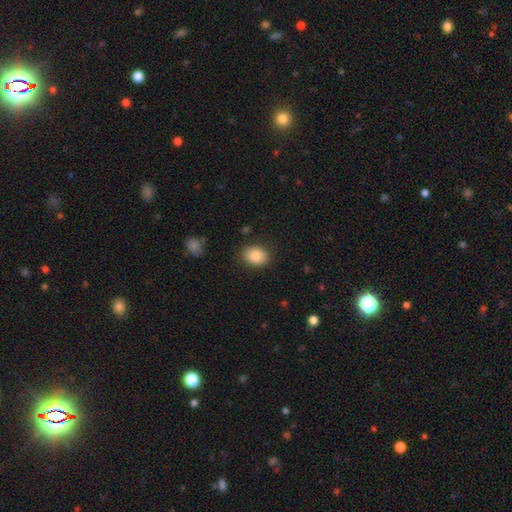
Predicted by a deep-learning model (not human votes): The model was most divided on "how rounded": in between: 60%, round: 39%, cigar-shaped: 1%. More confident: smooth or featured — smooth (86%); merging — none (85%).